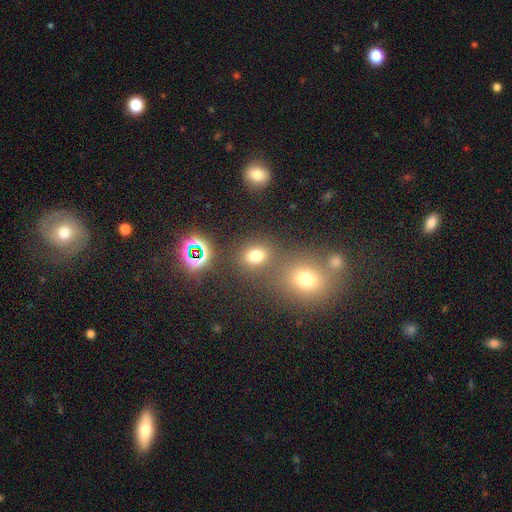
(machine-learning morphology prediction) smooth_or_featured: smooth (p=0.69) [alt: star or artifact p=0.24]
how_rounded: round (p=0.55) [alt: in between p=0.43]
merging: none (p=0.72) [alt: merger p=0.14]